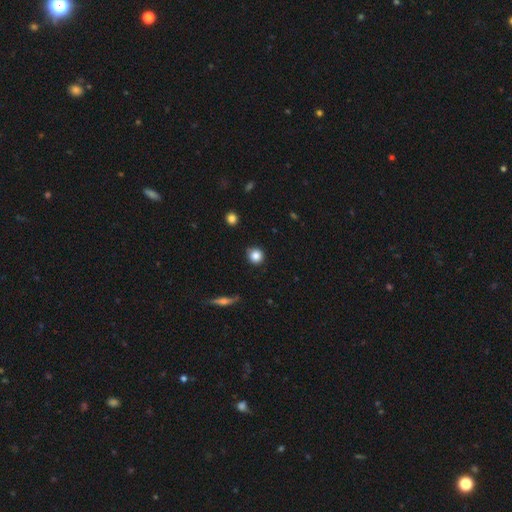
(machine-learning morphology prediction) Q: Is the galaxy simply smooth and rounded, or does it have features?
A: smooth — 85%.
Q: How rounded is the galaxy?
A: round — 92%.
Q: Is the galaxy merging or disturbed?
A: none — 88%.